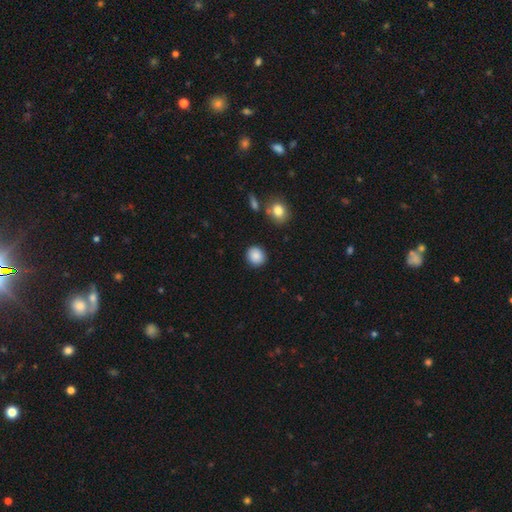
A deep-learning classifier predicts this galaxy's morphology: This is clearly a smooth galaxy (88%). How rounded: clearly round (84%). Merging: clearly none (89%).